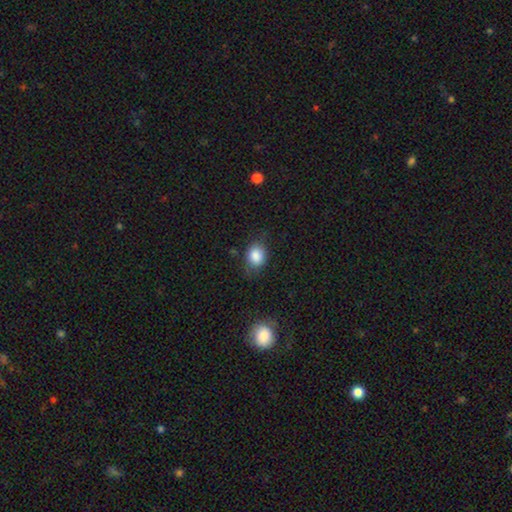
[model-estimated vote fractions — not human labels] Morphology: type=smooth (83%); roundness=in between (51%); merging=none (68%).